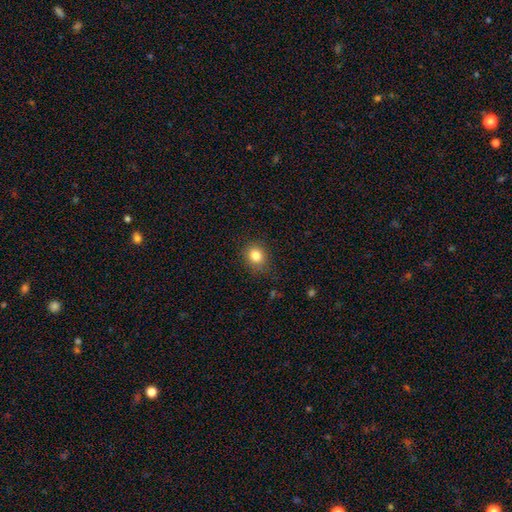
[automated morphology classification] This is clearly a smooth galaxy (83%). How rounded: likely round (70%). Merging: clearly none (83%).